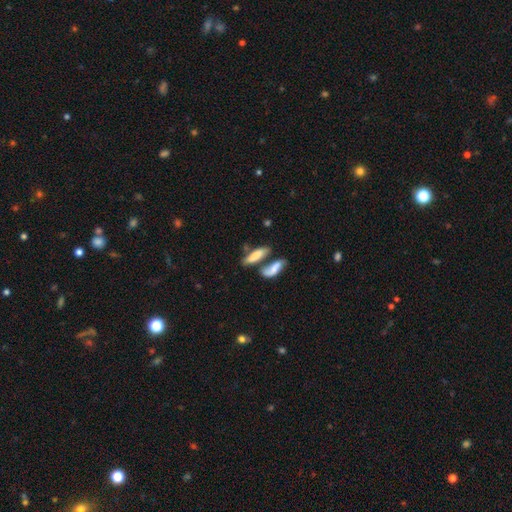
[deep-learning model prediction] Smooth or featured: smooth — 71% (featured or disk — 21%)
How rounded: in between — 54% (cigar-shaped — 43%)
Merging: merger — 48% (none — 35%)